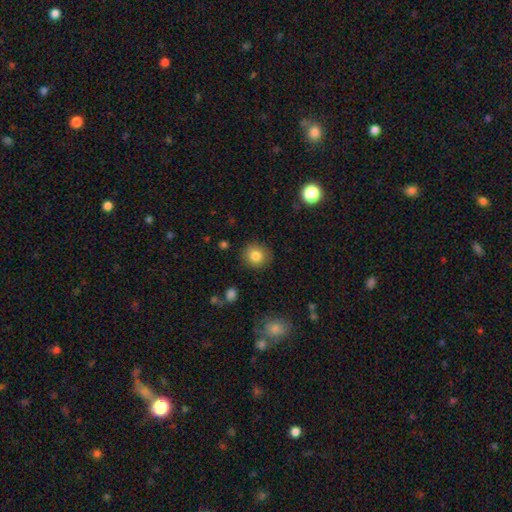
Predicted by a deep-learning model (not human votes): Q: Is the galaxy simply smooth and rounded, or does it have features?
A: smooth — 82%.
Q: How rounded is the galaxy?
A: round — 87%.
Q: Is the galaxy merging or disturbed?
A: none — 89%.